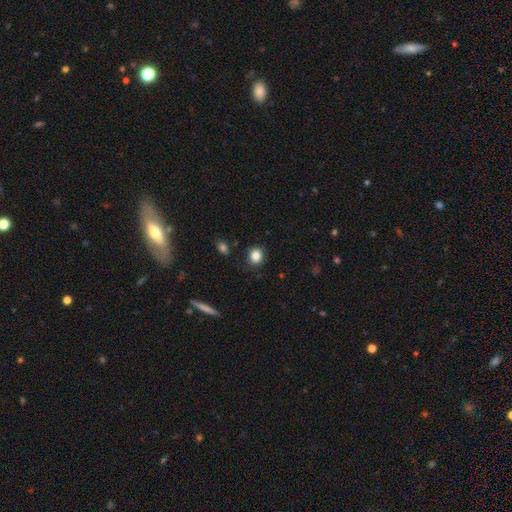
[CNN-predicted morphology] smooth 85%, star or artifact 10%, featured or disk 5%. Down the decision tree: how rounded — round (76%); merging — none (84%).